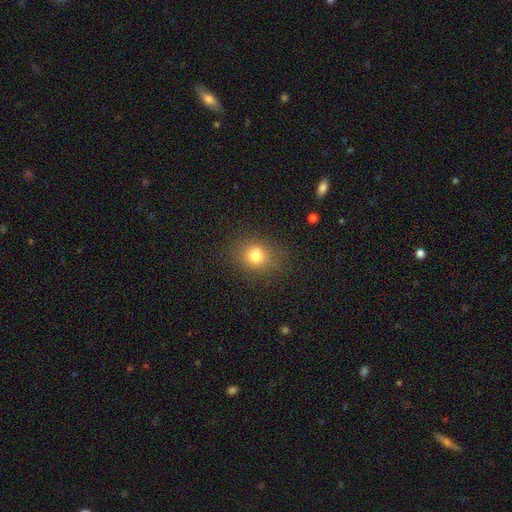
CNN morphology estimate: Smooth or featured? smooth (79%)
How rounded? round (72%)
Merging? none (82%)